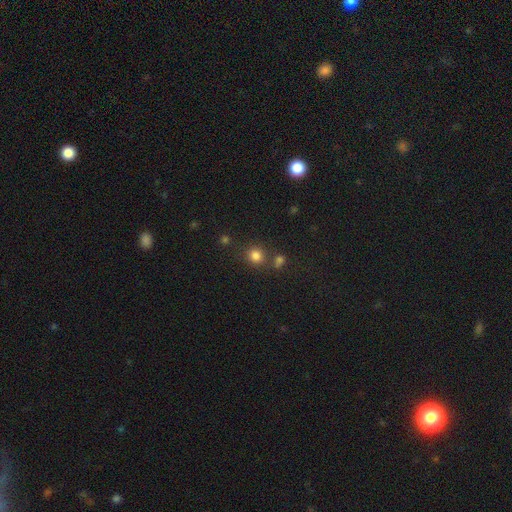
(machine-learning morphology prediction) Smooth or featured? smooth (80%)
How rounded? round (87%)
Merging? none (71%)